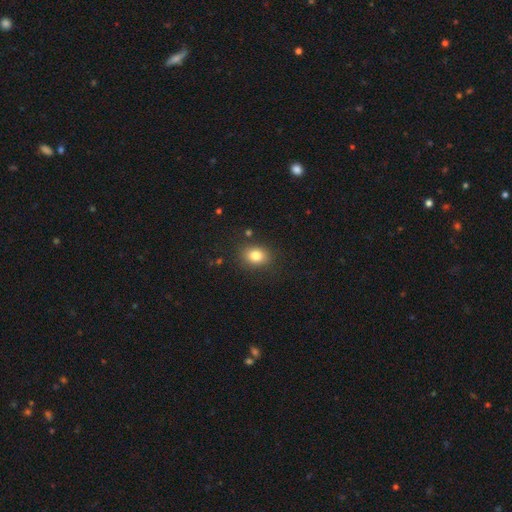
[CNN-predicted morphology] Smooth or featured?
  - smooth: 81% *
  - star or artifact: 11%
  - featured or disk: 8%
How rounded?
  - in between: 50% *
  - round: 49%
  - cigar-shaped: 1%
Merging?
  - none: 85% *
  - minor disturbance: 10%
  - major disturbance: 3%
  - merger: 2%